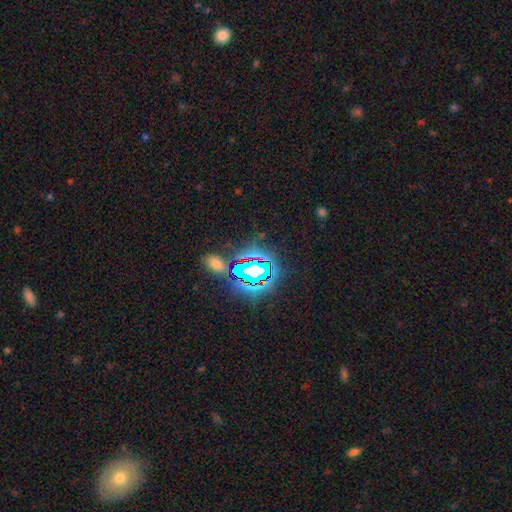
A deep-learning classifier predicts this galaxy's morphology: Q: Smooth or featured?
A: star or artifact (77%); runner-up: smooth (14%)